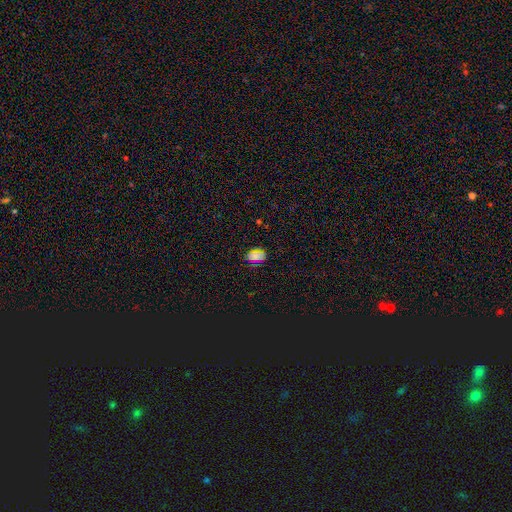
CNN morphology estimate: Overall: smooth (66%; star or artifact 27%). How rounded: in between (78%). Merging: none (80%).